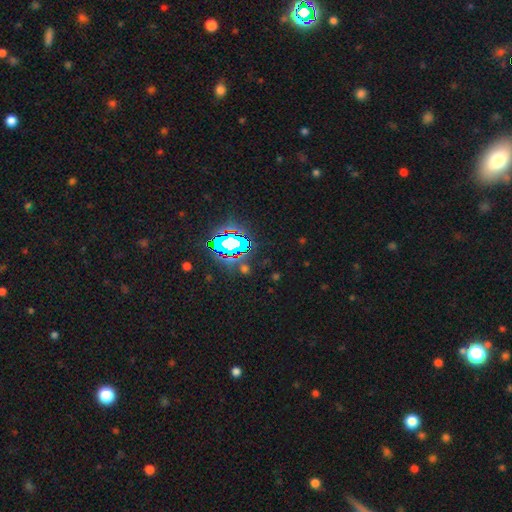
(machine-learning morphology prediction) smooth_or_featured: star or artifact (p=0.81) [alt: smooth p=0.11]